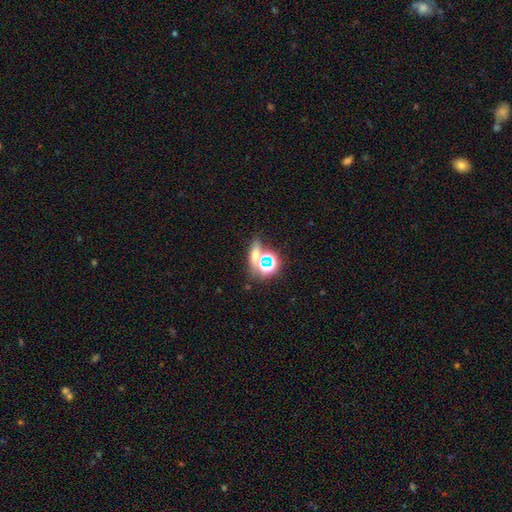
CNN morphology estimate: This appears to be a star or artifact, not a galaxy (46%).